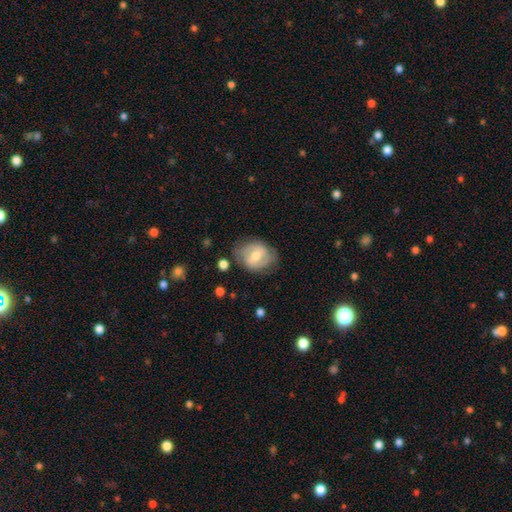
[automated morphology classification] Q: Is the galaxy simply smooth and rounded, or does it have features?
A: featured or disk — 49%.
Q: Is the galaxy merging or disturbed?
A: none — 65%.